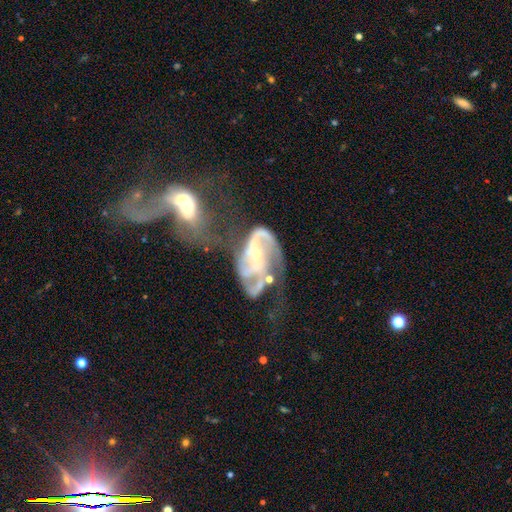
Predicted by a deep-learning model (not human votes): Smooth or featured? featured or disk (85%)
Edge-on disk? no (97%)
Bar? no (49%)
Spiral arms? yes (91%)
Spiral winding? medium (41%)
Spiral arm count? 2 (65%)
Bulge size? small (62%)
Merging? merger (48%)